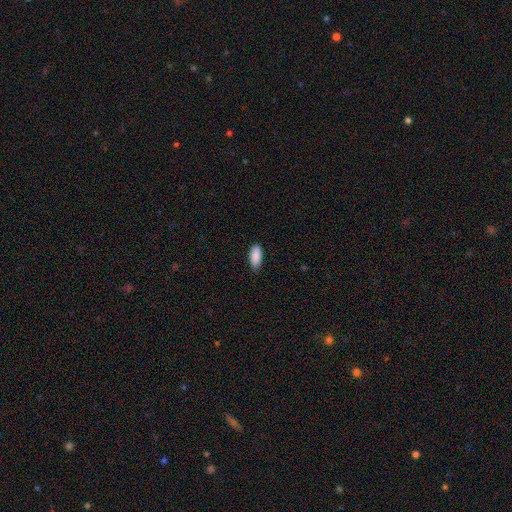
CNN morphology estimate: The model was most divided on "merging": none: 78%, minor disturbance: 18%, major disturbance: 2%, merger: 1%. More confident: smooth or featured — smooth (90%); how rounded — in between (86%).